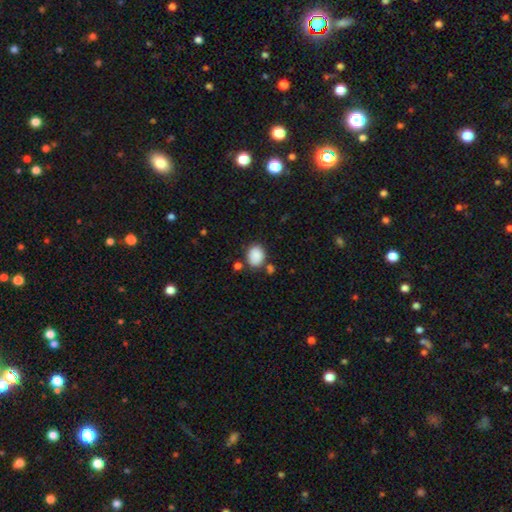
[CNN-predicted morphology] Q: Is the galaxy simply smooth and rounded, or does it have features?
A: smooth — 88%.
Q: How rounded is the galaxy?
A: in between — 58%.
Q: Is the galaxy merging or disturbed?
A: none — 72%.